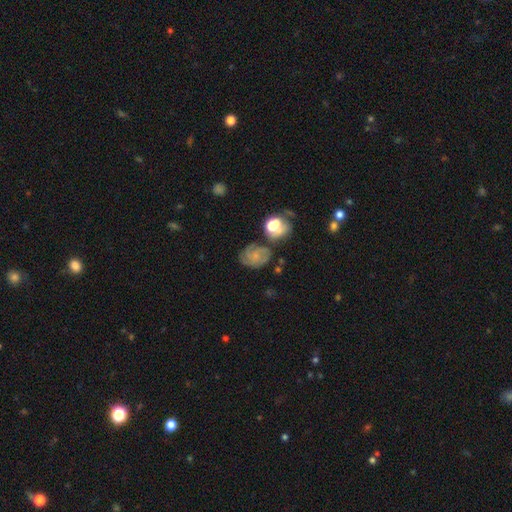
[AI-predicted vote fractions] featured or disk 63%, smooth 25%, star or artifact 12%. Down the decision tree: edge-on disk — no (98%); bar — no (71%); spiral arms — yes (91%); spiral arm count — 3 (36%); spiral winding — tight (49%); bulge size — small (60%); merging — none (60%).